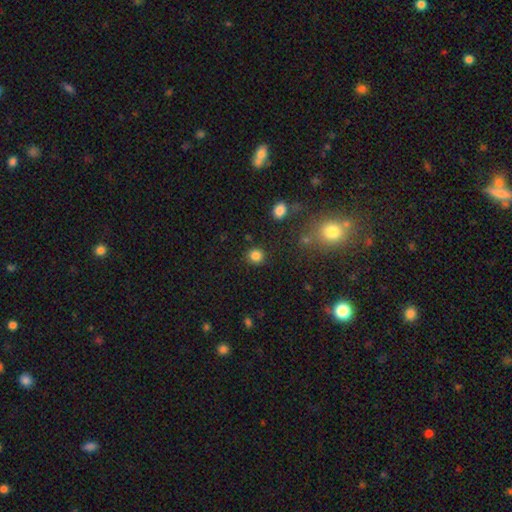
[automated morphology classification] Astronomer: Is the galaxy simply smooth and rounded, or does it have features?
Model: smooth — 83%.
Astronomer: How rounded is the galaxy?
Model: round — 88%.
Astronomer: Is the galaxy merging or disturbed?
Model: none — 88%.